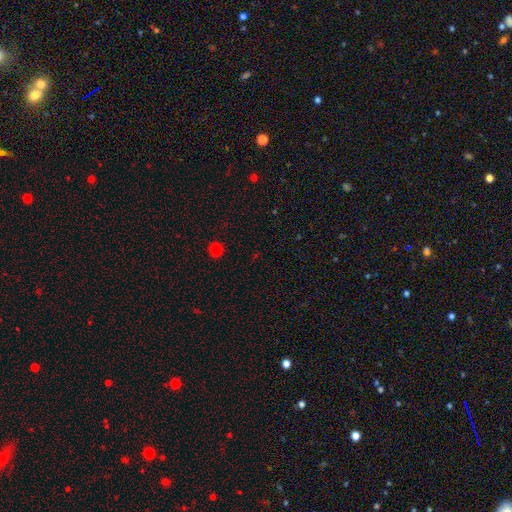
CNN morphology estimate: Smooth or featured?
  - star or artifact: 53% *
  - smooth: 42%
  - featured or disk: 6%